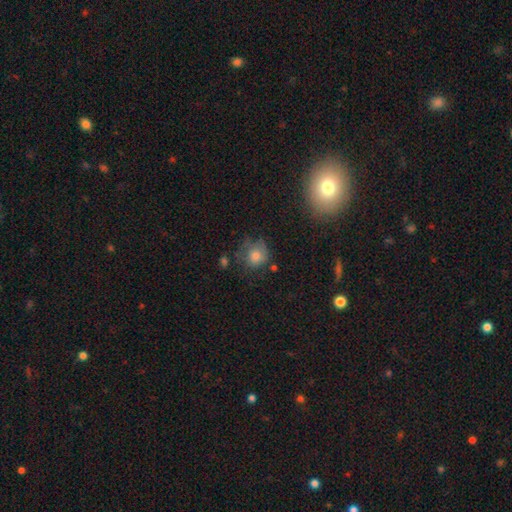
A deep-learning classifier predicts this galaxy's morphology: This appears to be a smooth galaxy with no disk features (70%) that is round (81%). Merging: none (56%).